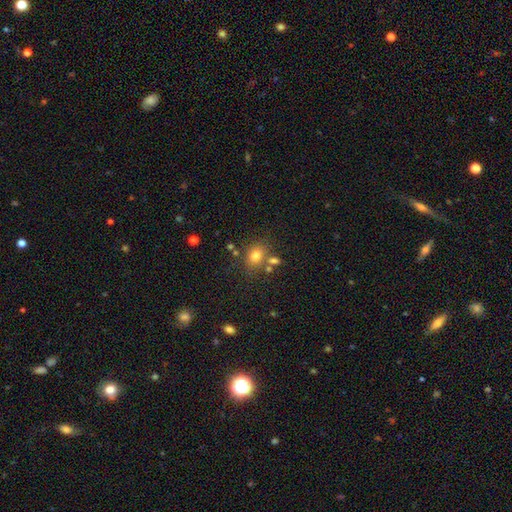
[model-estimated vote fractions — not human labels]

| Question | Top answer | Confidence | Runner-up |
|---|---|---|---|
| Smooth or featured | smooth | 75% | star or artifact (14%) |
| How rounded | round | 51% | in between (48%) |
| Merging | none | 66% | merger (15%) |